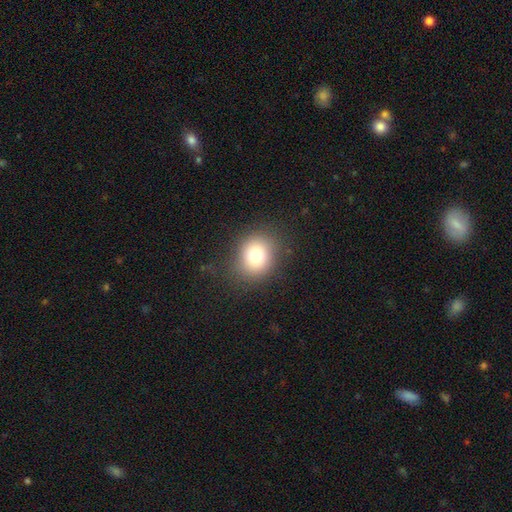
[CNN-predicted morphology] smooth-or-featured: smooth: 76% | star or artifact: 13% | featured or disk: 11%
  how-rounded: round: 71% | in between: 28% | cigar-shaped: 1%
  merging: none: 83% | minor disturbance: 11% | major disturbance: 5% | merger: 1%